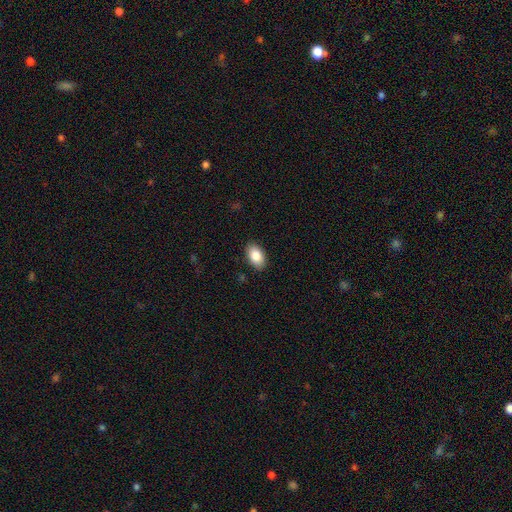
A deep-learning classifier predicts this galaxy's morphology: This is clearly a smooth galaxy (86%). How rounded: clearly in between (92%). Merging: clearly none (88%).